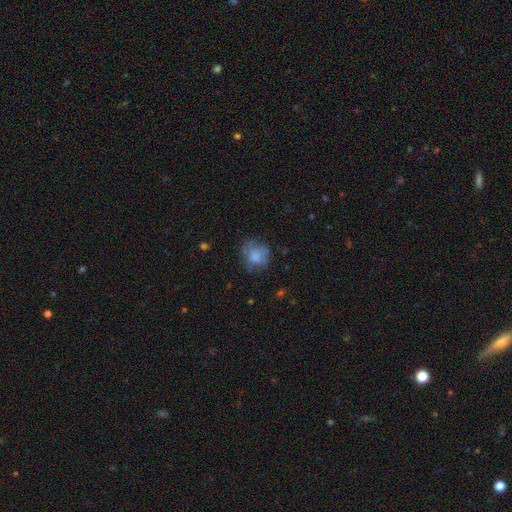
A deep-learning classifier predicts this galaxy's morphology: This appears to be a smooth galaxy with no disk features (73%) that is round (74%). Merging: none (60%).